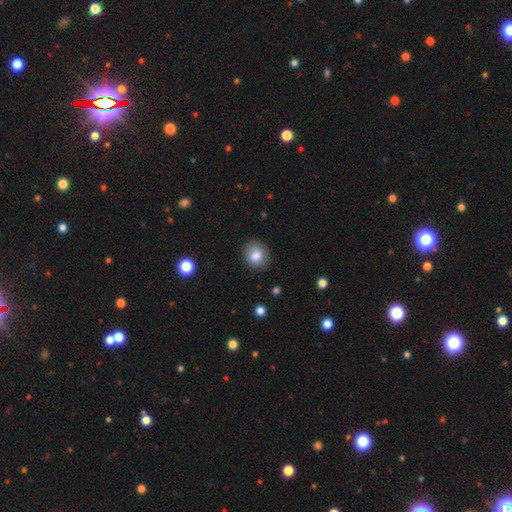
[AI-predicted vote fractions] Overall: smooth (84%). How rounded: round (73%). Merging: none (86%).